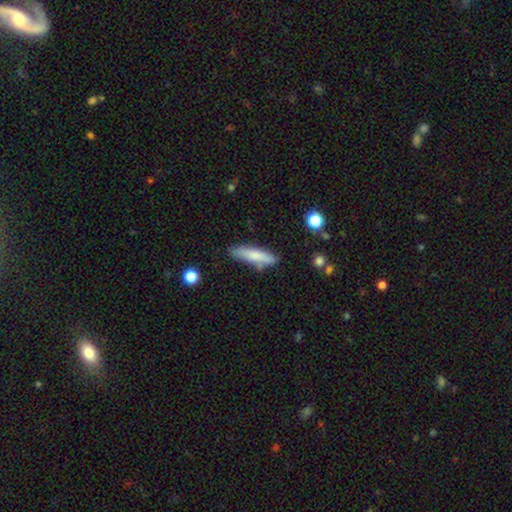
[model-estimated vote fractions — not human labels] Smooth or featured?
  - smooth: 75% *
  - featured or disk: 19%
  - star or artifact: 6%
How rounded?
  - cigar-shaped: 78% *
  - in between: 20%
  - round: 2%
Merging?
  - none: 77% *
  - minor disturbance: 16%
  - merger: 5%
  - major disturbance: 3%